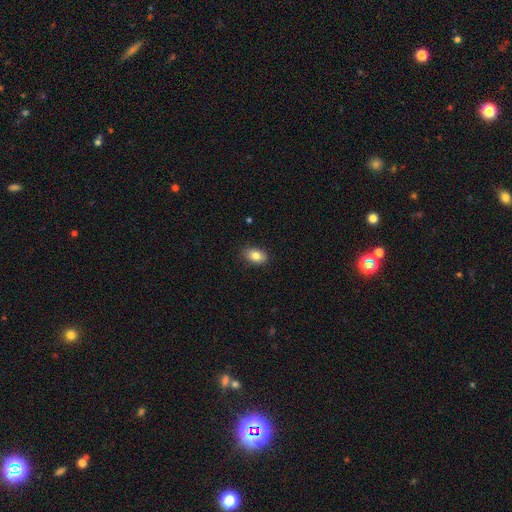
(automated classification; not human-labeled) Morphology: type=smooth (83%); roundness=in between (85%); merging=none (87%).